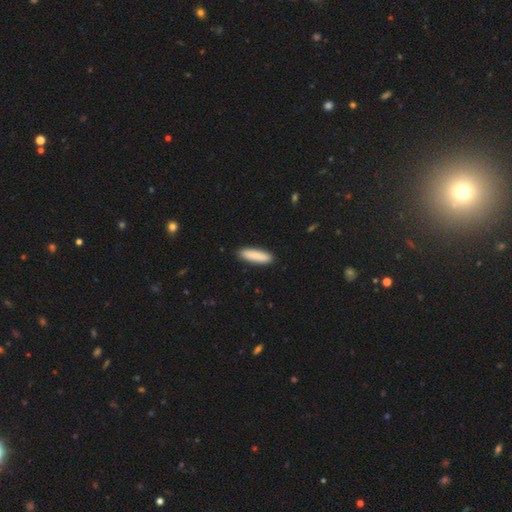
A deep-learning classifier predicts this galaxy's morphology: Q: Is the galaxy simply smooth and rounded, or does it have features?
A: smooth — 88%.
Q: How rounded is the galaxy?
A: cigar-shaped — 69%.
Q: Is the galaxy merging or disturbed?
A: none — 90%.